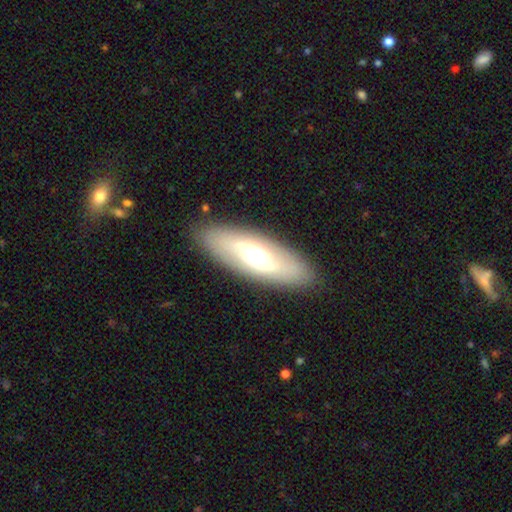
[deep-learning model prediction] featured or disk 58%, smooth 36%, star or artifact 6%. Down the decision tree: edge-on disk — no (74%); merging — none (87%).